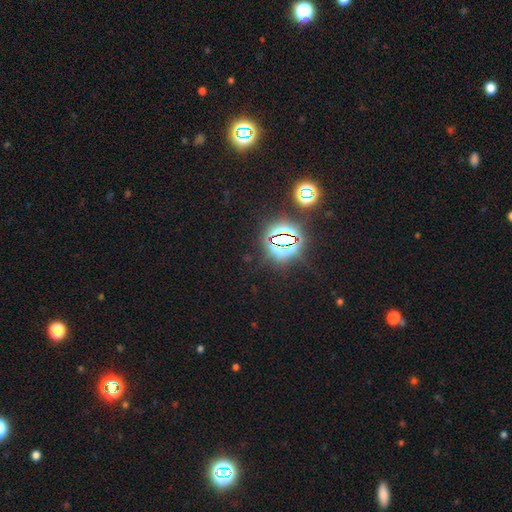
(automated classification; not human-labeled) Q: Smooth or featured?
A: star or artifact (80%); runner-up: smooth (13%)